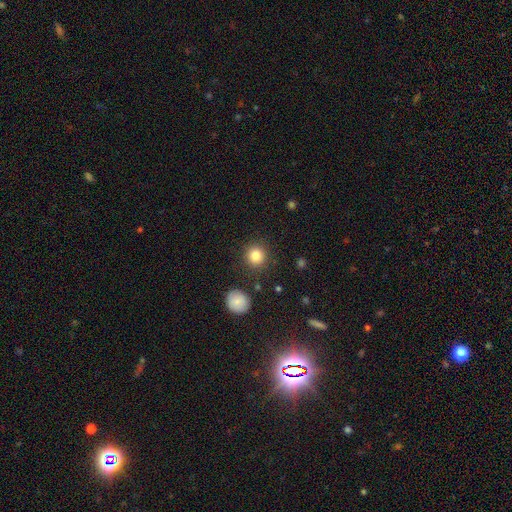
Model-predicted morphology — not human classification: The model was most divided on "smooth or featured": smooth: 84%, star or artifact: 11%, featured or disk: 6%. More confident: how rounded — round (92%); merging — none (88%).